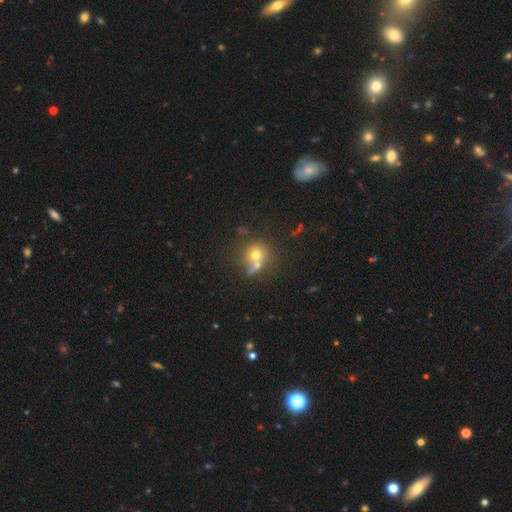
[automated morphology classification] Smooth or featured? Predicted: smooth (p=0.65). How rounded? Predicted: round (p=0.84). Merging? Predicted: none (p=0.41, tied with merger).